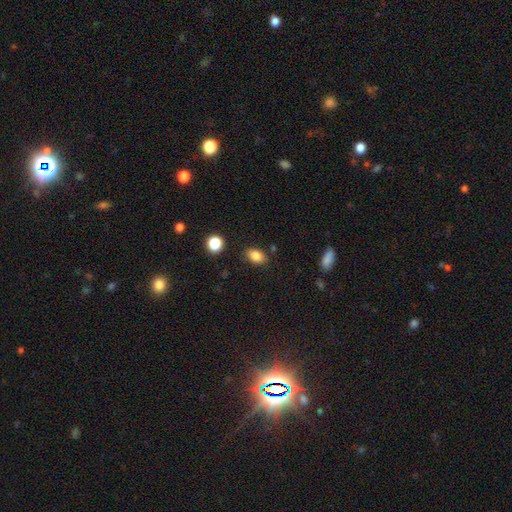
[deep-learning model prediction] Smooth or featured? smooth (84%)
How rounded? in between (84%)
Merging? none (83%)